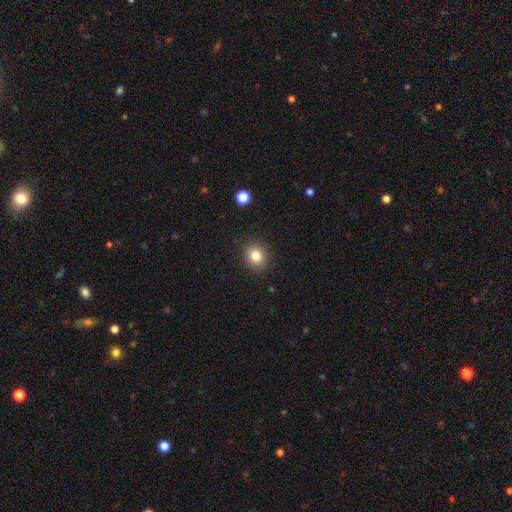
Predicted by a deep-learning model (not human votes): Smooth or featured? Predicted: smooth (p=0.82). How rounded? Predicted: round (p=0.77). Merging? Predicted: none (p=0.90).